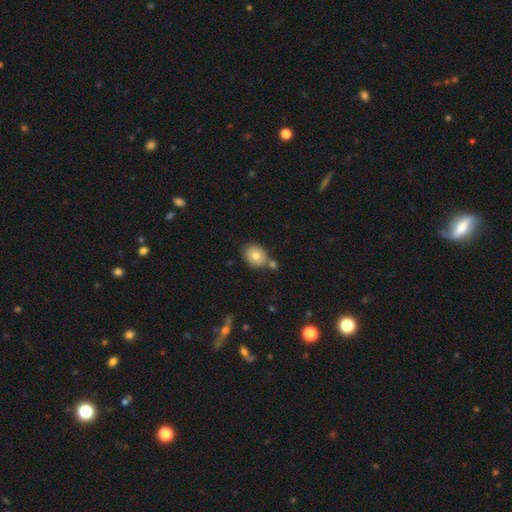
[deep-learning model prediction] Q: Smooth or featured?
A: smooth (78%); runner-up: featured or disk (13%)
Q: How rounded?
A: round (54%); runner-up: in between (45%)
Q: Merging?
A: none (65%); runner-up: merger (20%)